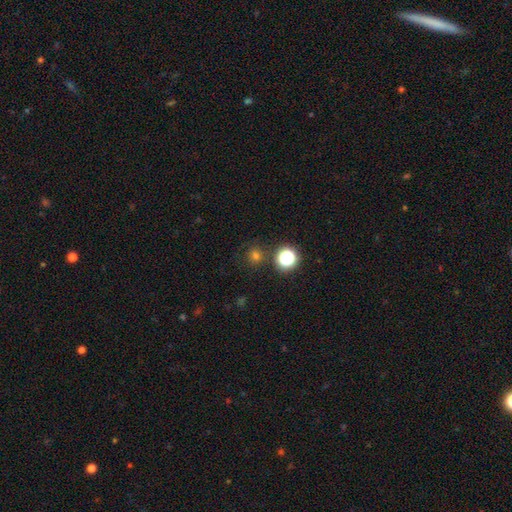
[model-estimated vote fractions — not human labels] A smooth galaxy with no disk features (70%) that is round (93%).

Vote fractions:
- Smooth or featured? smooth: 70% / star or artifact: 24% / featured or disk: 6%
- How rounded? round: 93% / in between: 6% / cigar-shaped: 1%
- Merging? none: 83% / minor disturbance: 9% / merger: 5% / major disturbance: 4%